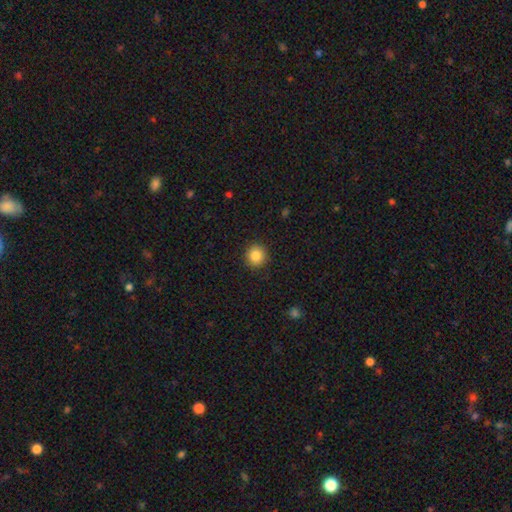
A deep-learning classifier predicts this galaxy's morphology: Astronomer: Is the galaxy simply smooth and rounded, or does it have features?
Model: smooth — 85%.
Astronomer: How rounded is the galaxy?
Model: round — 93%.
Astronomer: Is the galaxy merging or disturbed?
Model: none — 92%.